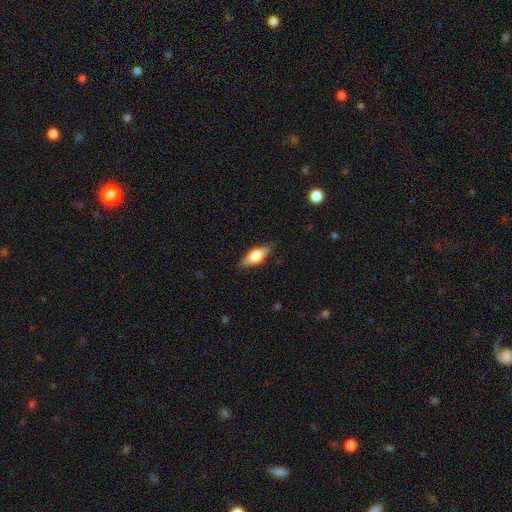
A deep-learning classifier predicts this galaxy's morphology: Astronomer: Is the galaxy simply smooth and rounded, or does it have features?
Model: smooth — 56% (runner-up: featured or disk, 37%).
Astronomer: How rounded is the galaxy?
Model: in between — 67%.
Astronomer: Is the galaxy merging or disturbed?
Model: none — 87%.